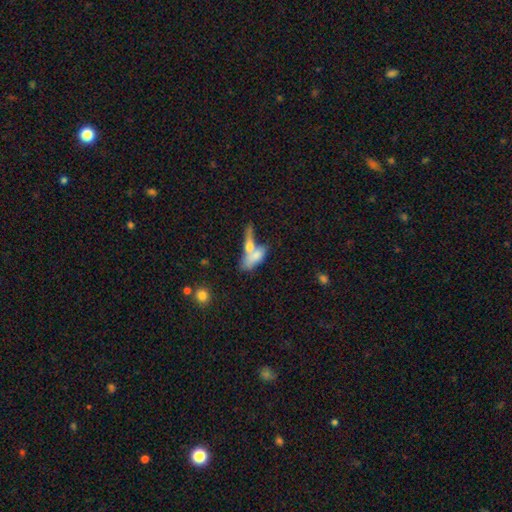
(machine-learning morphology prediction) smooth_or_featured: smooth (p=0.64) [alt: featured or disk p=0.28]
how_rounded: in between (p=0.68) [alt: cigar-shaped p=0.28]
merging: merger (p=0.56) [alt: none p=0.26]